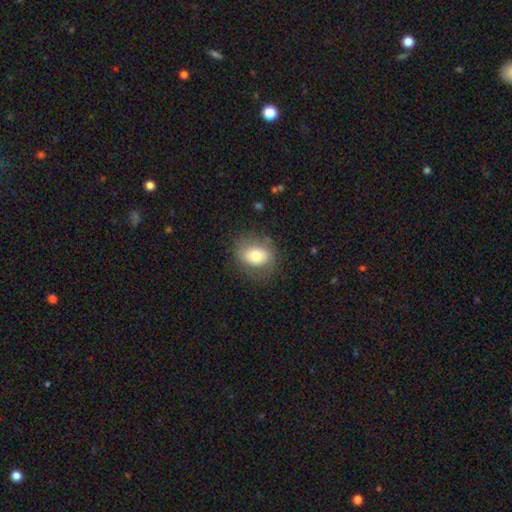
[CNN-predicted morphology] This is likely a smooth galaxy (72%). How rounded: possibly round (54%). Merging: likely none (73%).